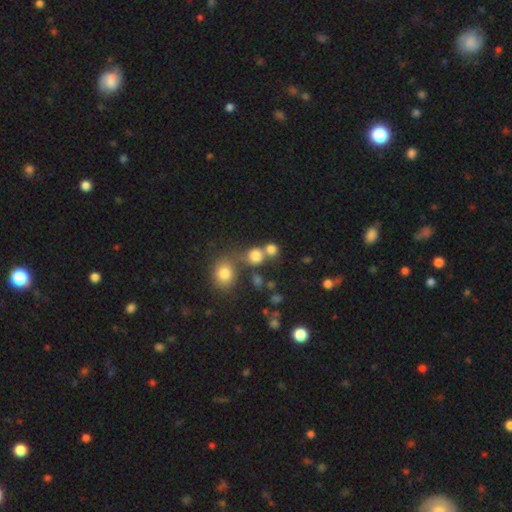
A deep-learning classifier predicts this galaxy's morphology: Smooth or featured: smooth — 77% (star or artifact — 15%)
How rounded: round — 79% (in between — 20%)
Merging: none — 48% (merger — 37%)